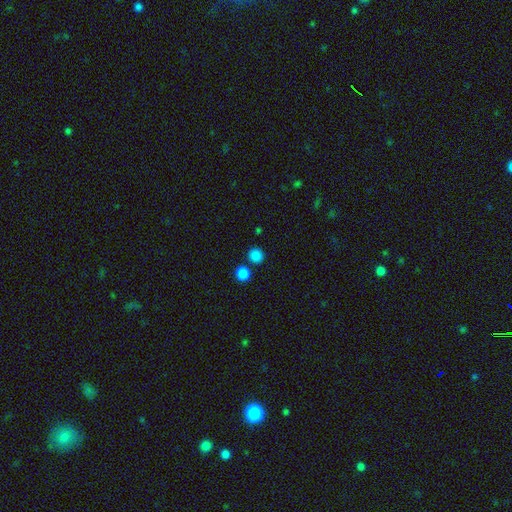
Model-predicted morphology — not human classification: This is clearly a smooth galaxy (85%). How rounded: clearly round (86%). Merging: likely none (79%).